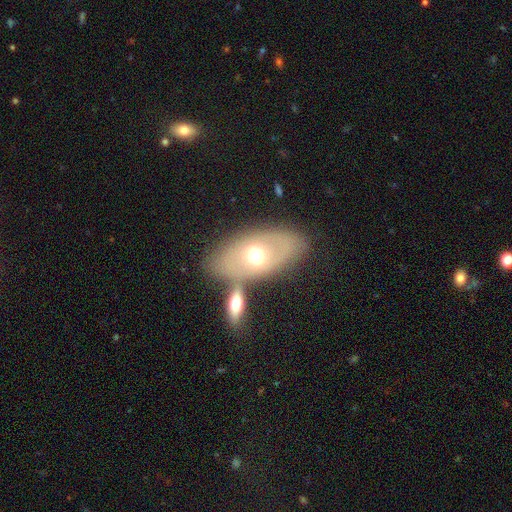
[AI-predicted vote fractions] smooth_or_featured: smooth (p=0.52) [alt: featured or disk p=0.40]
how_rounded: in between (p=0.89) [alt: round p=0.07]
merging: none (p=0.52) [alt: merger p=0.30]